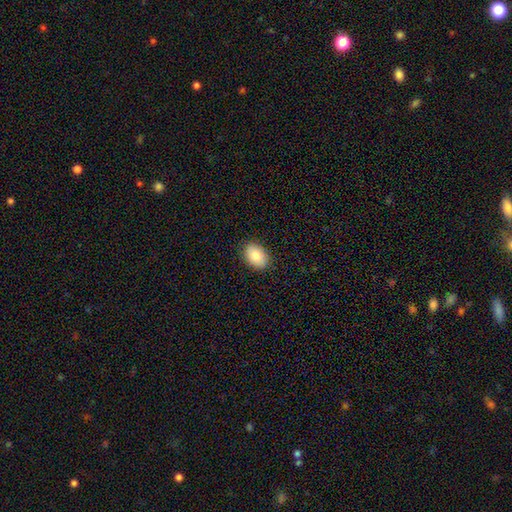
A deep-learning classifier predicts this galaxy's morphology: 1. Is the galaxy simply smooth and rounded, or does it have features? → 87% smooth, 7% star or artifact, 6% featured or disk.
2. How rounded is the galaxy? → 85% in between, 14% round, 1% cigar-shaped.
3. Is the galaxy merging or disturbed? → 89% none, 8% minor disturbance, 2% major disturbance, 1% merger.